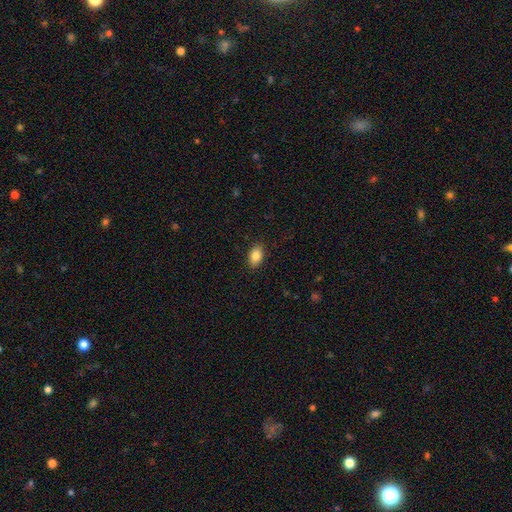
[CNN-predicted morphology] Q: Smooth or featured?
A: smooth (85%); runner-up: star or artifact (8%)
Q: How rounded?
A: in between (89%); runner-up: round (10%)
Q: Merging?
A: none (89%); runner-up: minor disturbance (8%)